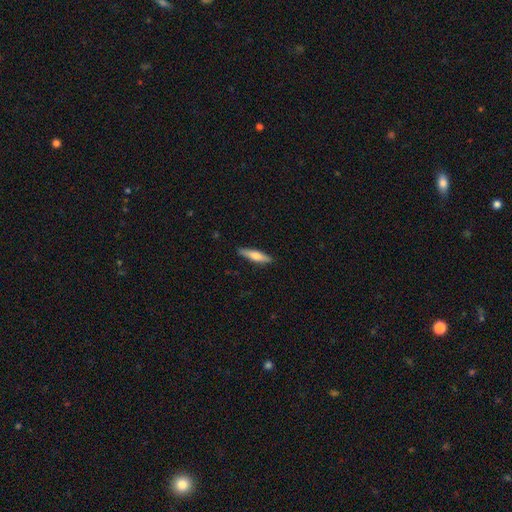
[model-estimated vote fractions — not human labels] Smooth or featured: smooth — 61% (featured or disk — 34%)
How rounded: cigar-shaped — 76% (in between — 22%)
Merging: none — 89% (minor disturbance — 9%)